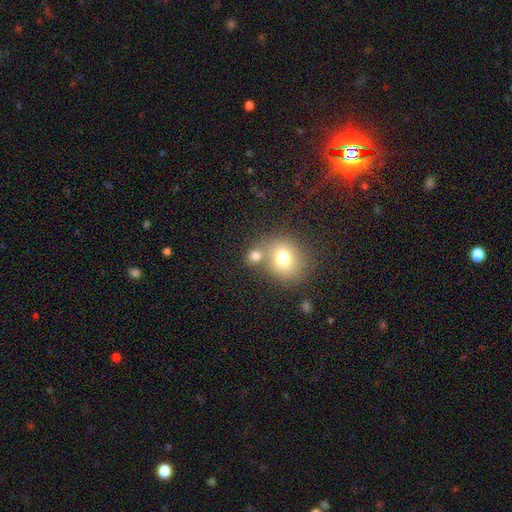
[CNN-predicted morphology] Overall: smooth (77%). How rounded: round (74%). Merging: none (50%; merger 37%).